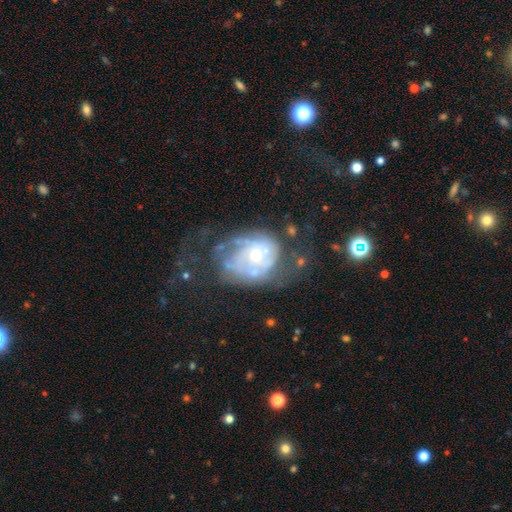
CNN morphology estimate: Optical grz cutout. It shows a featured or disk galaxy (76%) with no bar (80%), tight (46%) spiral arms (69%) and a small central bulge (50%). Merging: none (38%).